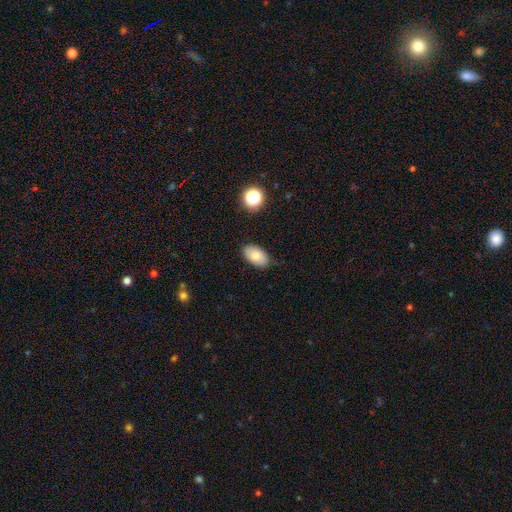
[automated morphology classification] Smooth or featured?
  - smooth: 78% *
  - featured or disk: 14%
  - star or artifact: 9%
How rounded?
  - in between: 92% *
  - round: 6%
  - cigar-shaped: 1%
Merging?
  - none: 84% *
  - minor disturbance: 12%
  - major disturbance: 2%
  - merger: 1%